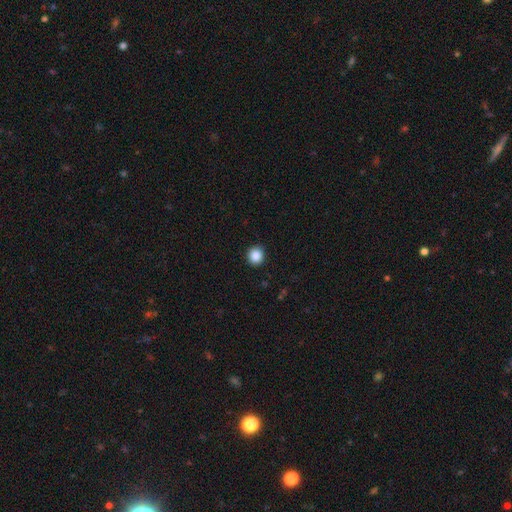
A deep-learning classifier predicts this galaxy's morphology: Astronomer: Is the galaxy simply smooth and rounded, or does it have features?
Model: smooth — 88%.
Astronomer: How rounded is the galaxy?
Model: round — 91%.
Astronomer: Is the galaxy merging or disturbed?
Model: none — 92%.